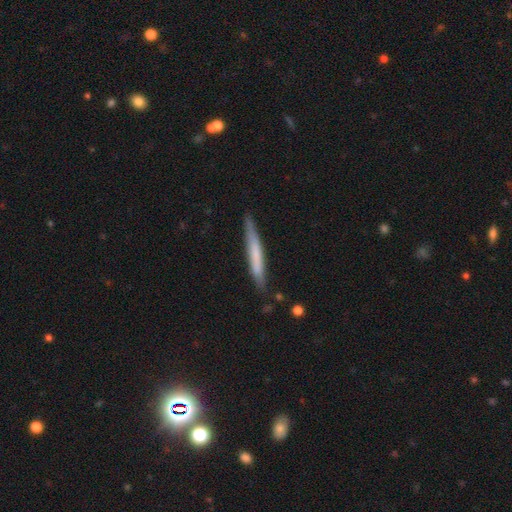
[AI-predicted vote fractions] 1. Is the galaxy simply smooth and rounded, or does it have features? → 59% smooth, 35% featured or disk, 6% star or artifact.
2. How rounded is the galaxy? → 96% cigar-shaped, 3% in between, 1% round.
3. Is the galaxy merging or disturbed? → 81% none, 15% minor disturbance, 2% major disturbance, 2% merger.